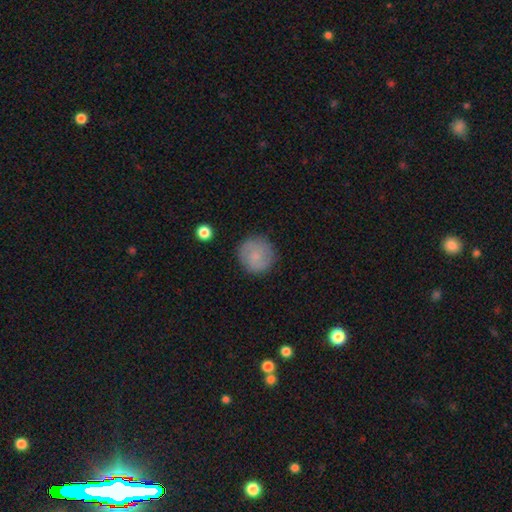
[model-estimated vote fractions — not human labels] Smooth or featured: smooth — 65% (featured or disk — 27%)
How rounded: round — 92% (in between — 7%)
Merging: none — 84% (minor disturbance — 11%)